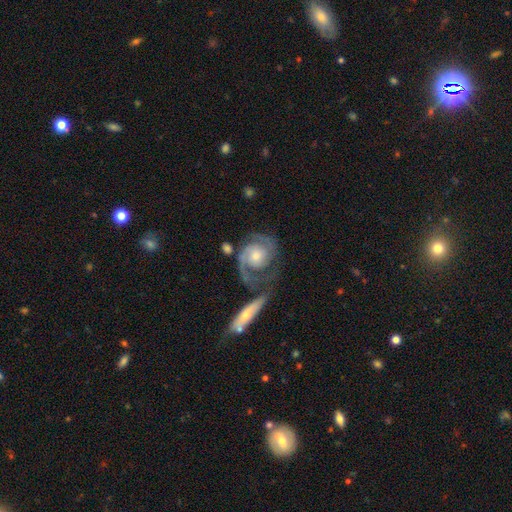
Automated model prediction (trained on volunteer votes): featured or disk 86%, smooth 9%, star or artifact 5%. Down the decision tree: edge-on disk — no (97%); bar — no (69%); spiral arms — yes (96%); spiral arm count — 2 (75%); spiral winding — tight (50%); bulge size — moderate (46%); merging — none (50%).